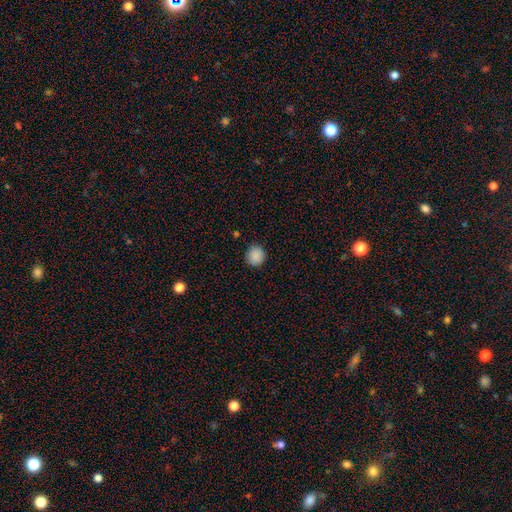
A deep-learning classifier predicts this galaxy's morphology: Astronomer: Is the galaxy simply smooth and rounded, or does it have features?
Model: smooth — 88%.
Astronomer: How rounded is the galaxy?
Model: round — 87%.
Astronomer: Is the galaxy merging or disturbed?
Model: none — 88%.